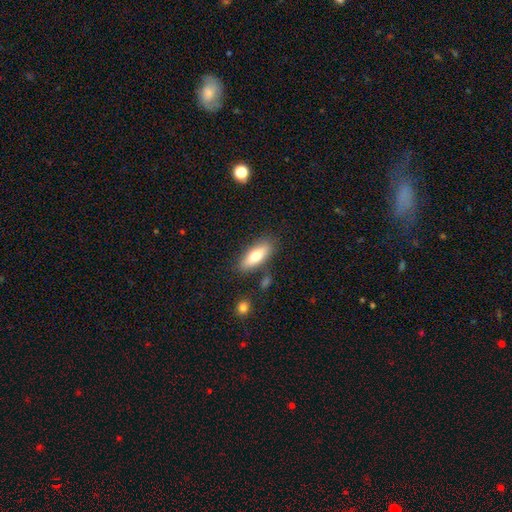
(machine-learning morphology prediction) Smooth or featured?
  - smooth: 72% *
  - featured or disk: 22%
  - star or artifact: 7%
How rounded?
  - in between: 67% *
  - cigar-shaped: 30%
  - round: 3%
Merging?
  - none: 80% *
  - minor disturbance: 12%
  - merger: 5%
  - major disturbance: 3%